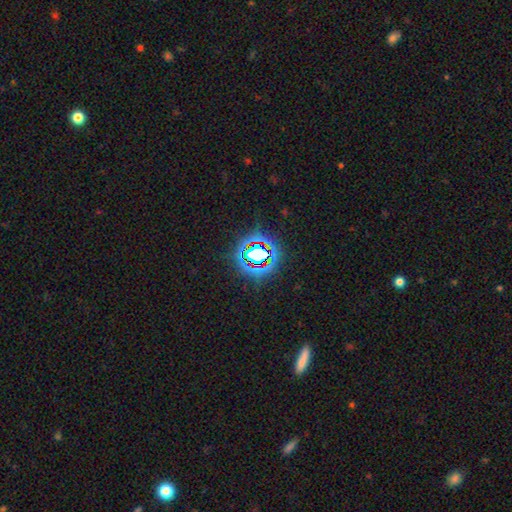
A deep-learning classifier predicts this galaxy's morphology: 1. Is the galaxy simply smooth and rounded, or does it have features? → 74% star or artifact, 16% smooth, 10% featured or disk.